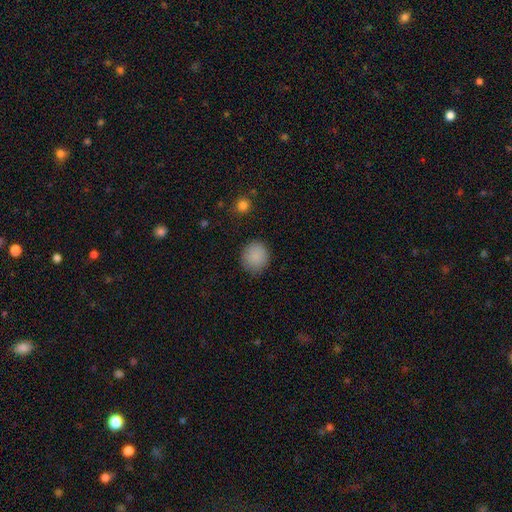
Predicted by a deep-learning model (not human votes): This is clearly a smooth galaxy (88%). How rounded: clearly round (87%). Merging: clearly none (85%).